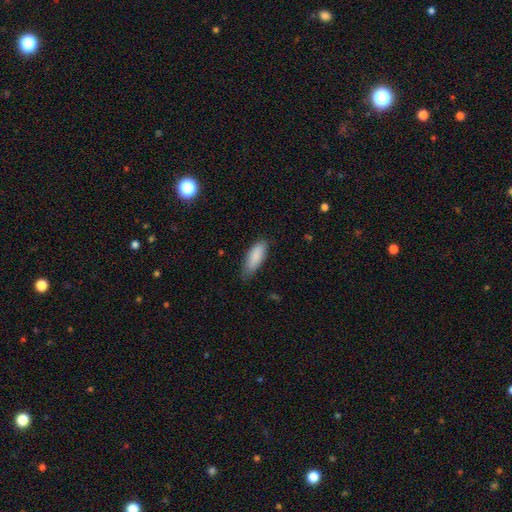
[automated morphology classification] Smooth or featured? Predicted: smooth (p=0.87). How rounded? Predicted: in between (p=0.74). Merging? Predicted: none (p=0.70).